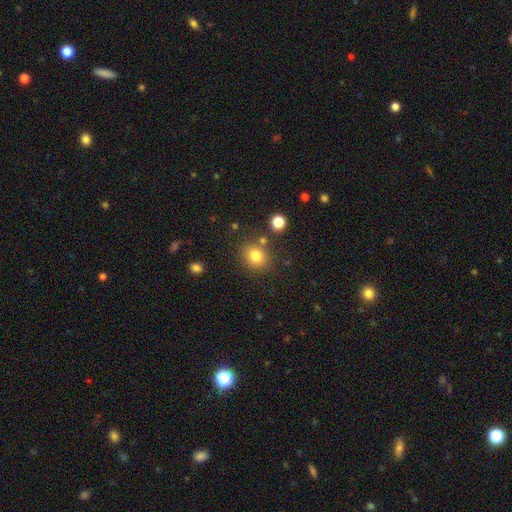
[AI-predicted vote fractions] Smooth or featured? Predicted: smooth (p=0.80). How rounded? Predicted: round (p=0.78). Merging? Predicted: none (p=0.78).